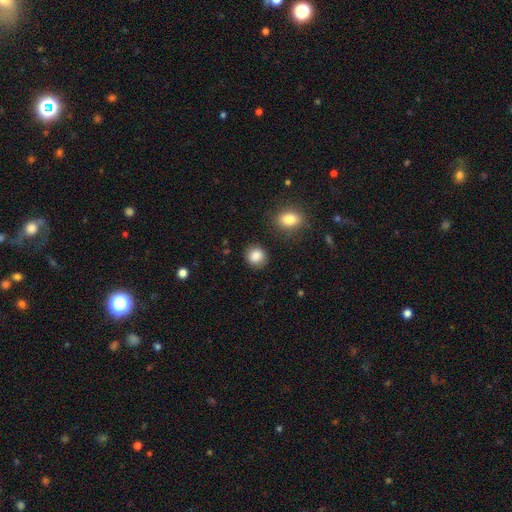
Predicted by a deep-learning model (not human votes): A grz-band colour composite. It shows a smooth galaxy with no disk features (87%) that is round (81%). Merging: none (85%).